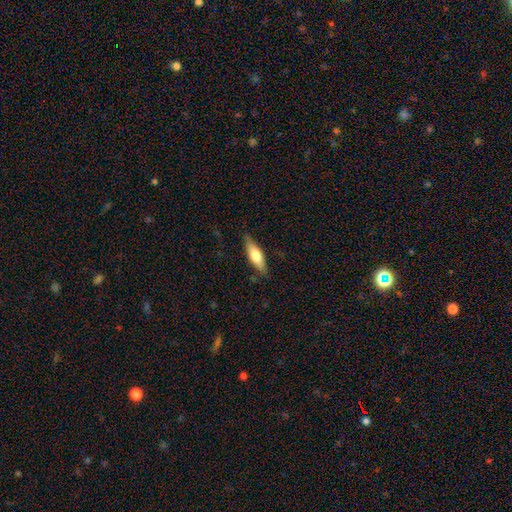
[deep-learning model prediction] The model was most divided on "how rounded": cigar-shaped: 53%, in between: 45%, round: 2%. More confident: merging — none (82%); smooth or featured — smooth (64%).